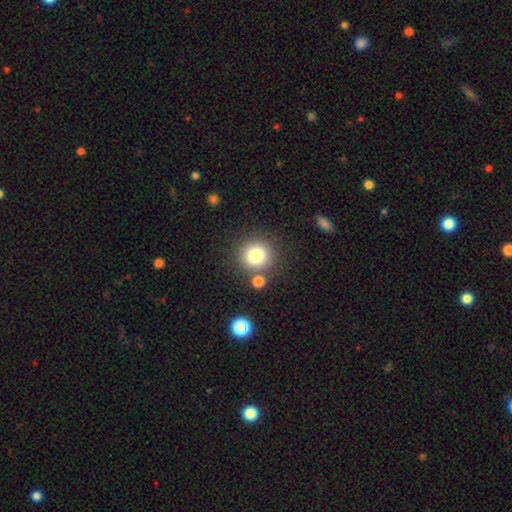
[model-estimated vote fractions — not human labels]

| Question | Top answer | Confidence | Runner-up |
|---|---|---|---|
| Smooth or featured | smooth | 80% | star or artifact (12%) |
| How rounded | round | 91% | in between (8%) |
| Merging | none | 79% | merger (9%) |